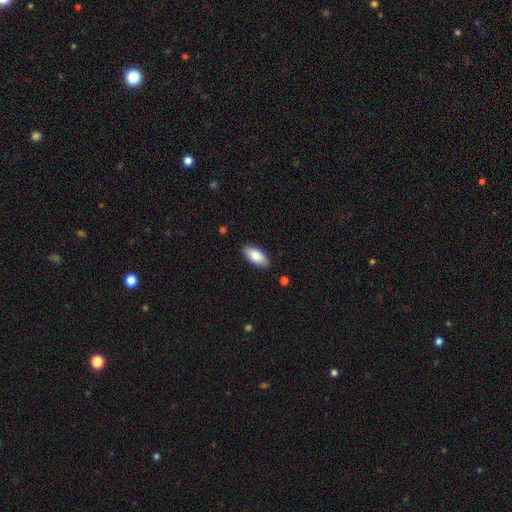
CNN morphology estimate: The model was most divided on "smooth or featured": smooth: 83%, featured or disk: 10%, star or artifact: 6%. More confident: how rounded — in between (90%); merging — none (86%).